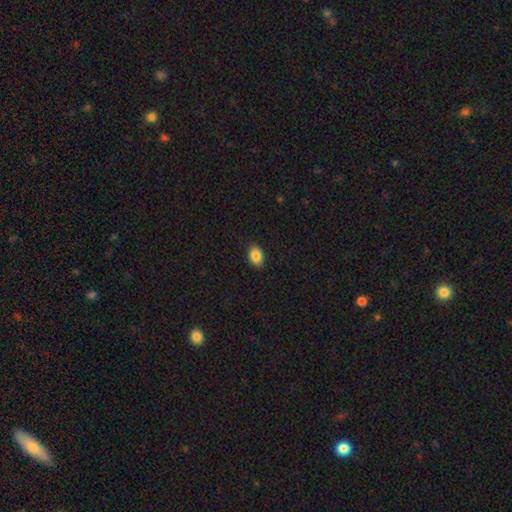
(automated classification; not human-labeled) This appears to be a smooth galaxy with no disk features (87%) that is in between round and cigar-shaped (81%). Merging: none (89%).